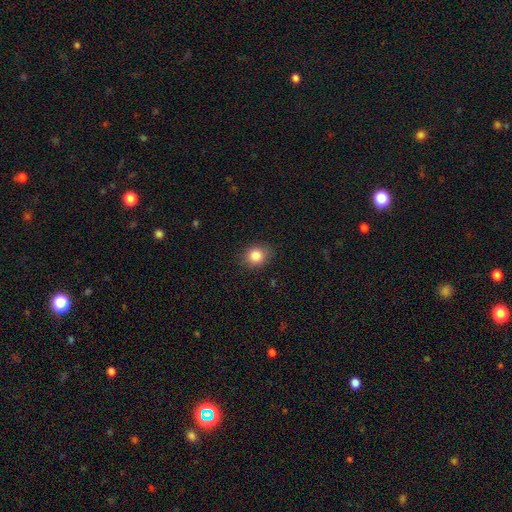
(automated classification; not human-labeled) Smooth or featured? Predicted: smooth (p=0.85). How rounded? Predicted: round (p=0.74). Merging? Predicted: none (p=0.85).